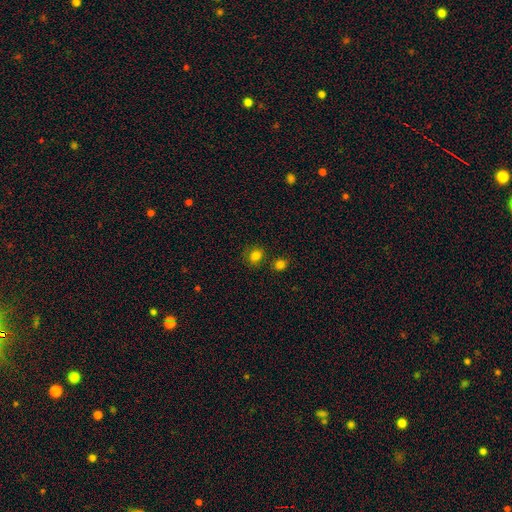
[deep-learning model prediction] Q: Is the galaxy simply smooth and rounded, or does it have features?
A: smooth — 80%.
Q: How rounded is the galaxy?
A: round — 69%.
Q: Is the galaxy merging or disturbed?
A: none — 75%.